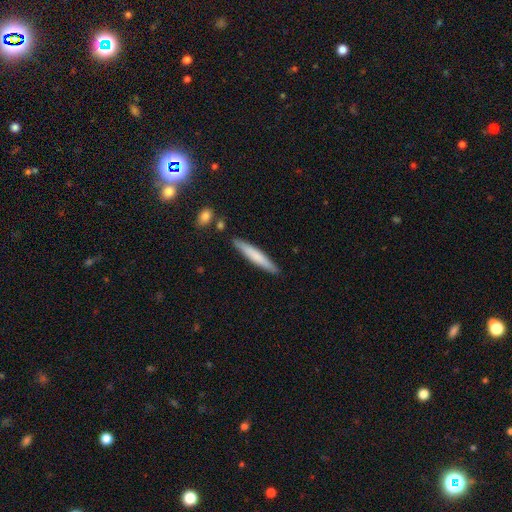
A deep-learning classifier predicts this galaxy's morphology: Smooth or featured?
  - smooth: 69% *
  - featured or disk: 25%
  - star or artifact: 5%
How rounded?
  - cigar-shaped: 94% *
  - in between: 5%
  - round: 1%
Merging?
  - none: 88% *
  - minor disturbance: 9%
  - merger: 2%
  - major disturbance: 2%